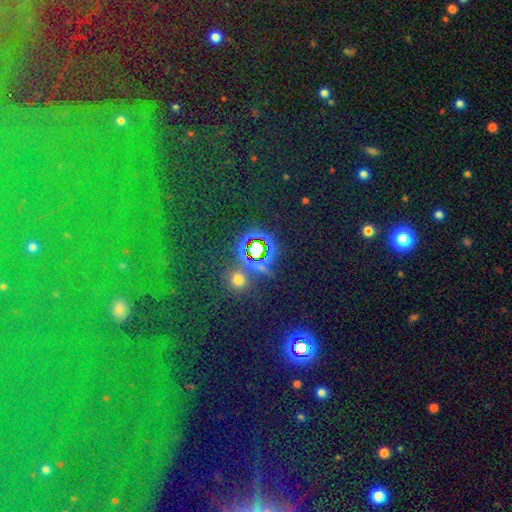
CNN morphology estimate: smooth_or_featured: star or artifact (p=0.70) [alt: smooth p=0.22]